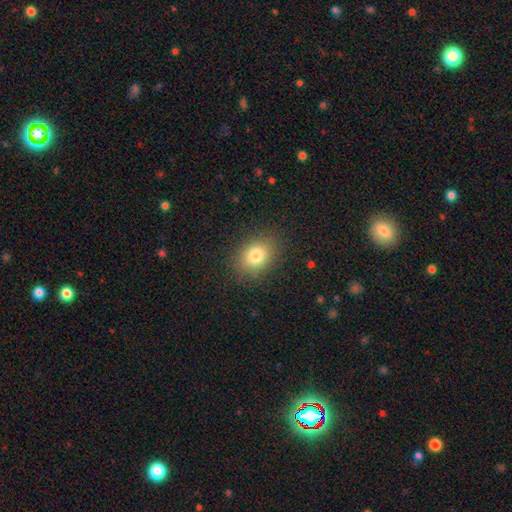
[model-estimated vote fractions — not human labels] smooth-or-featured: smooth: 80% | star or artifact: 11% | featured or disk: 9%
  how-rounded: in between: 62% | round: 36% | cigar-shaped: 1%
  merging: none: 86% | minor disturbance: 10% | major disturbance: 4% | merger: 1%